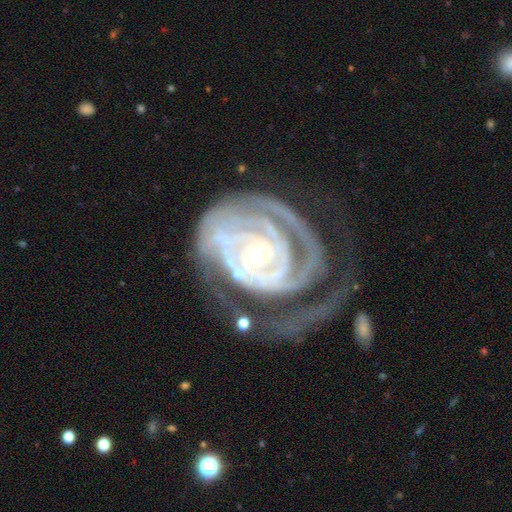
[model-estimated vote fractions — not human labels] smooth-or-featured: featured or disk: 90% | smooth: 5% | star or artifact: 5%
  disk-edge-on: no: 97% | yes: 3%
    bar: no: 58% | weak: 27% | strong: 15%
    has-spiral-arms: yes: 96% | no: 4%
      spiral-winding: tight: 79% | medium: 17% | loose: 5%
      spiral-arm-count: 2: 30% | can't tell: 26% | 3: 17% | 1: 12% | 4: 9% | more than 4: 6%
    bulge-size: small: 64% | moderate: 31% | large: 2% | none: 1% | dominant: 1%
  merging: none: 37% (tied) | major disturbance: 37% (tied) | minor disturbance: 21% | merger: 5%